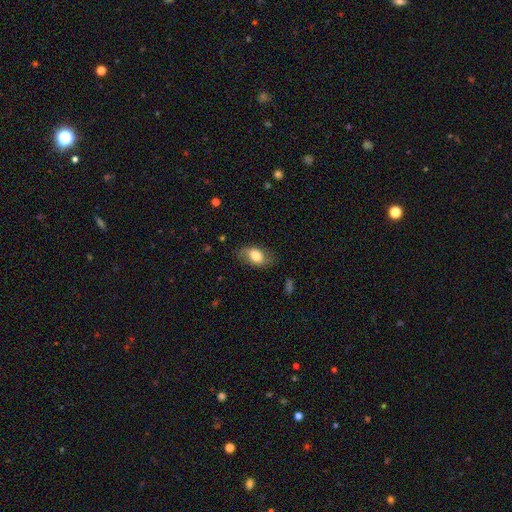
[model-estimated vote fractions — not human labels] Smooth or featured: smooth — 73% (featured or disk — 20%)
How rounded: in between — 89% (round — 9%)
Merging: none — 76% (minor disturbance — 17%)